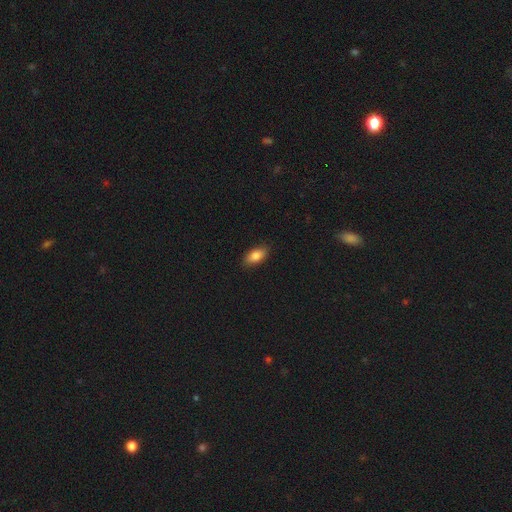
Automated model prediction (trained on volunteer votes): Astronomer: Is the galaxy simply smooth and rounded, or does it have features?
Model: smooth — 83%.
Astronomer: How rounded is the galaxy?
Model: in between — 88%.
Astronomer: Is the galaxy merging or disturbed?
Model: none — 87%.